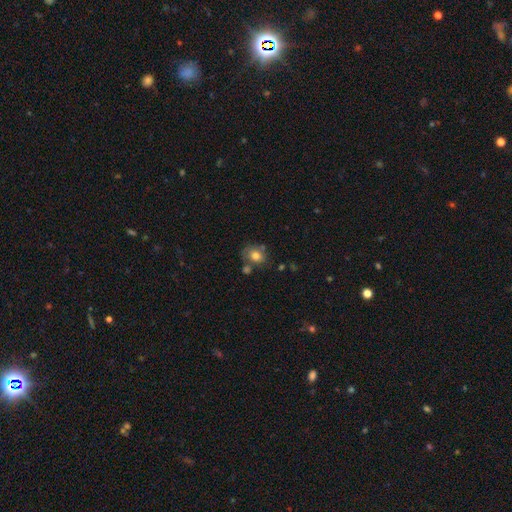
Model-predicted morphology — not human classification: Smooth or featured?
  - smooth: 76% *
  - featured or disk: 14%
  - star or artifact: 10%
How rounded?
  - round: 53% *
  - in between: 46%
  - cigar-shaped: 1%
Merging?
  - none: 57% *
  - minor disturbance: 20%
  - merger: 16%
  - major disturbance: 7%